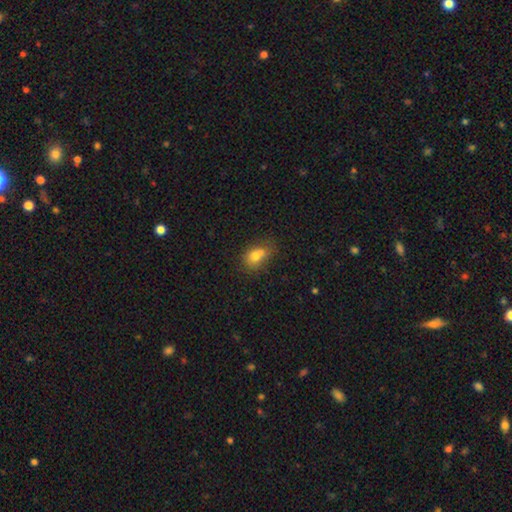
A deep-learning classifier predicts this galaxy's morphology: Smooth or featured? smooth (73%)
How rounded? in between (58%)
Merging? merger (43%)